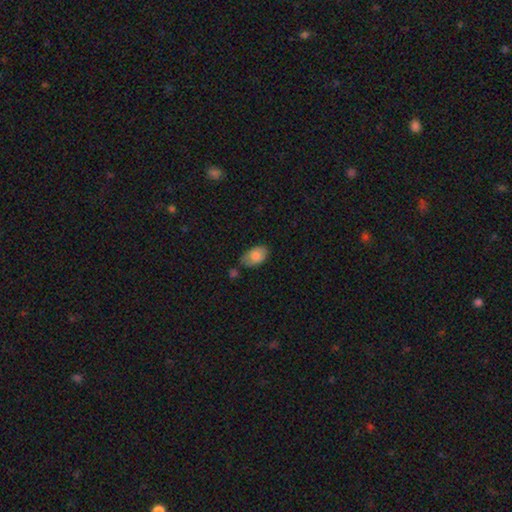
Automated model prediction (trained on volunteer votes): smooth_or_featured: smooth (p=0.79) [alt: featured or disk p=0.14]
how_rounded: in between (p=0.92) [alt: round p=0.07]
merging: none (p=0.64) [alt: minor disturbance p=0.25]